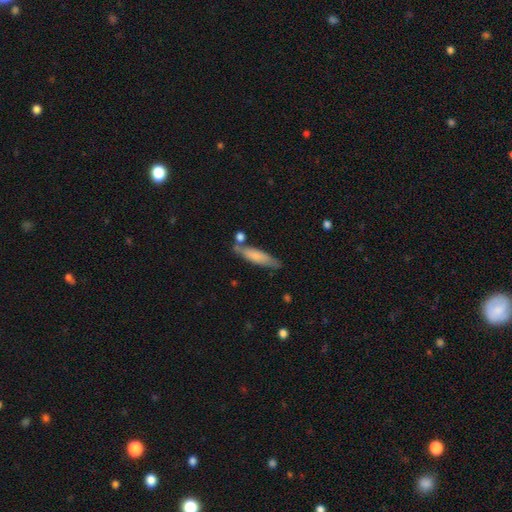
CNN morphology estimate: Smooth or featured? Predicted: smooth (p=0.69). How rounded? Predicted: cigar-shaped (p=0.79). Merging? Predicted: none (p=0.69).